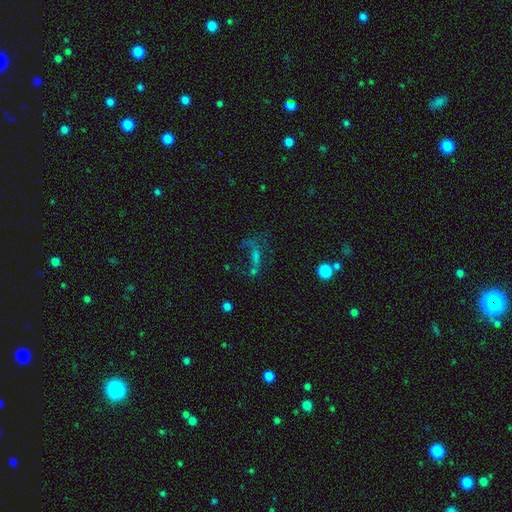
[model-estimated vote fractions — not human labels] smooth-or-featured: featured or disk: 37% | star or artifact: 33% | smooth: 30%
  merging: none: 37% | major disturbance: 36% | minor disturbance: 14% | merger: 13%